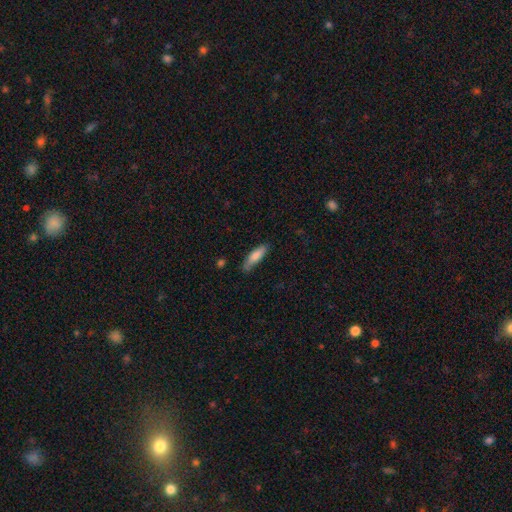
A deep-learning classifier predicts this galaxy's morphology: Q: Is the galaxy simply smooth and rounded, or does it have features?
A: smooth — 80%.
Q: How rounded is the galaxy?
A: cigar-shaped — 63%.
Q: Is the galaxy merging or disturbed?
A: none — 74%.